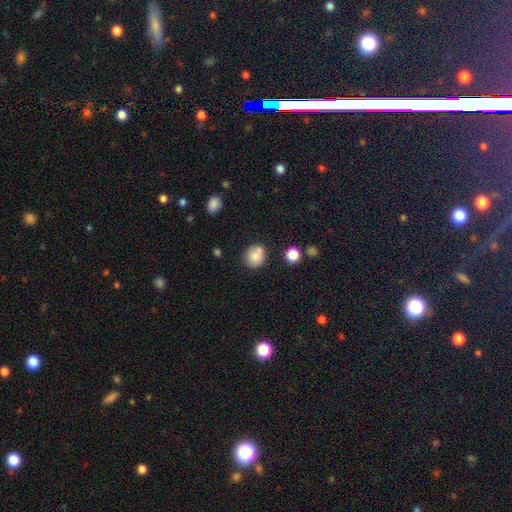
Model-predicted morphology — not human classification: Smooth or featured? smooth (79%)
How rounded? round (76%)
Merging? none (62%)